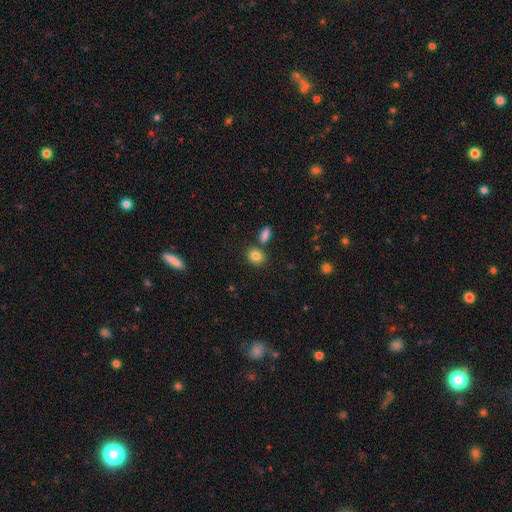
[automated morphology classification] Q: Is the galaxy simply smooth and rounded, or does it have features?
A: smooth — 84%.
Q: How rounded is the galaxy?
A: round — 50%.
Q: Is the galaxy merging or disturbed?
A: none — 73%.